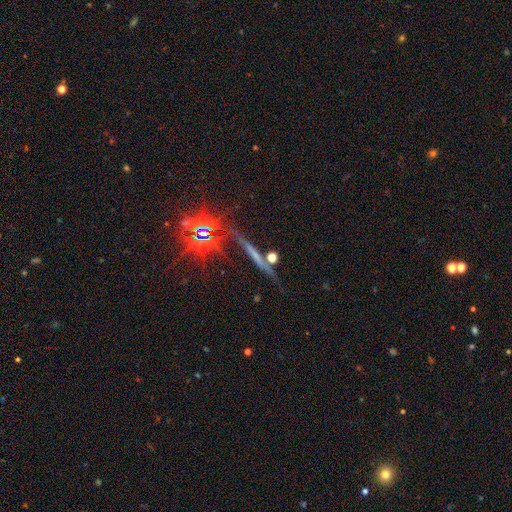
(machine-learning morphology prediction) Smooth or featured? Predicted: featured or disk (p=0.41). Merging? Predicted: none (p=0.71).